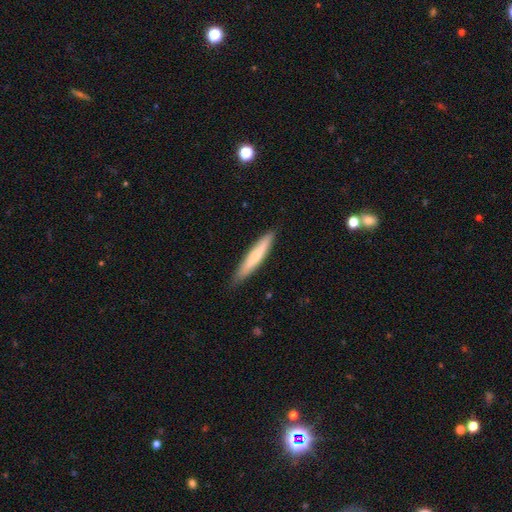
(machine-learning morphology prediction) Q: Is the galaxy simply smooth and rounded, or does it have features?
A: smooth — 68%.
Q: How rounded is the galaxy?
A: cigar-shaped — 93%.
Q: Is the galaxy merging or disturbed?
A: none — 87%.